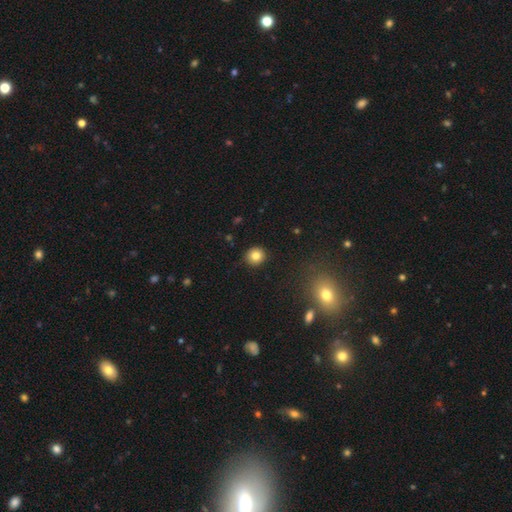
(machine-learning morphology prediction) This appears to be a smooth galaxy with no disk features (82%) that is round (88%). Merging: none (91%).